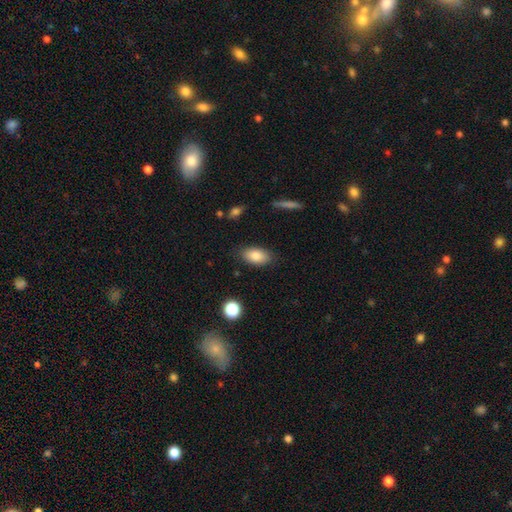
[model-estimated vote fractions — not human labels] The model was most divided on "merging": none: 84%, minor disturbance: 12%, major disturbance: 3%, merger: 2%. More confident: how rounded — in between (92%); smooth or featured — smooth (84%).